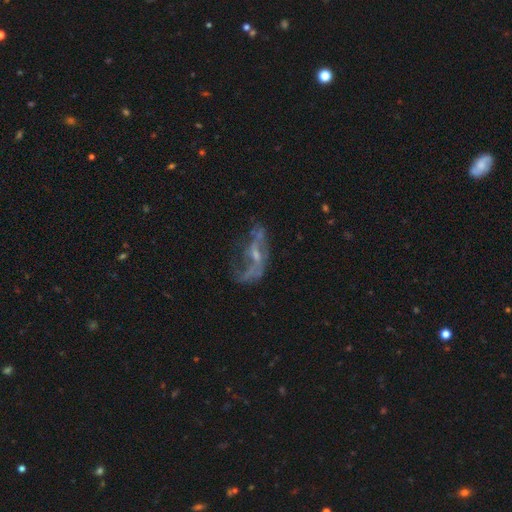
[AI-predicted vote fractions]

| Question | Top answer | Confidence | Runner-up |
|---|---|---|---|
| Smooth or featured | featured or disk | 72% | smooth (16%) |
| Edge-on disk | no | 90% | yes (10%) |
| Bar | no | 52% | weak (35%) |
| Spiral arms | yes | 62% | no (38%) |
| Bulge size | small | 57% | moderate (24%) |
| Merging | none | 40% | major disturbance (34%) |